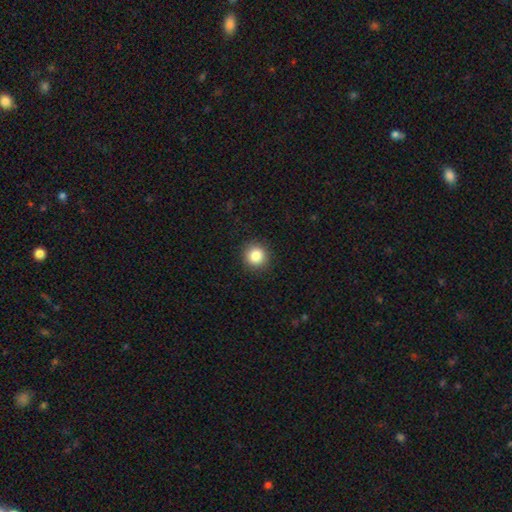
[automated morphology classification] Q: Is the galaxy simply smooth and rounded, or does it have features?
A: smooth — 85%.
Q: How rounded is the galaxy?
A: round — 92%.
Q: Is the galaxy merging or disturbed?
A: none — 91%.